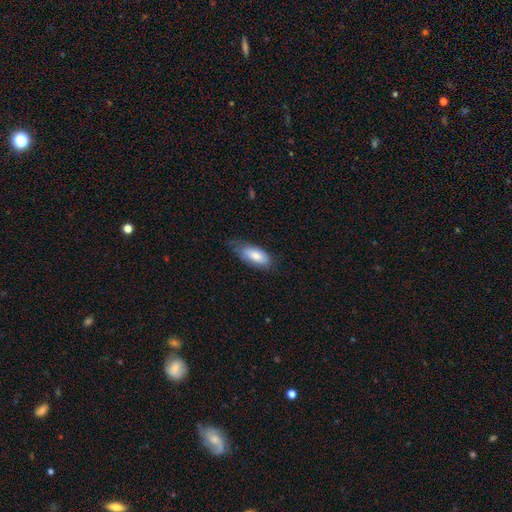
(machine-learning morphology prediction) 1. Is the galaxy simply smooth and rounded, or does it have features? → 79% smooth, 15% featured or disk, 6% star or artifact.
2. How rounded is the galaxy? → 83% in between, 15% cigar-shaped, 2% round.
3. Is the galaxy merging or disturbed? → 54% none, 35% minor disturbance, 10% major disturbance, 1% merger.